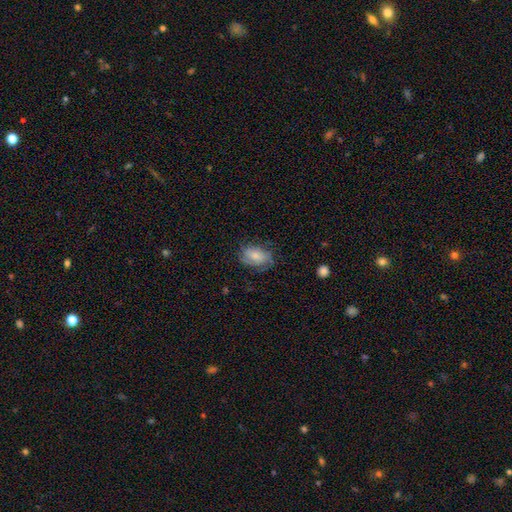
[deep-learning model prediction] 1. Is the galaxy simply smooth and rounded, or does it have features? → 64% smooth, 28% featured or disk, 8% star or artifact.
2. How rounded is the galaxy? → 83% in between, 16% round, 2% cigar-shaped.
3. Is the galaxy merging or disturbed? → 63% none, 25% minor disturbance, 11% major disturbance, 1% merger.